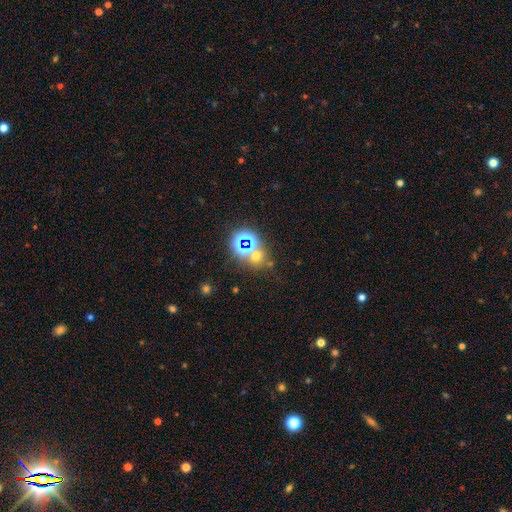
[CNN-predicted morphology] Smooth or featured?
  - star or artifact: 50% *
  - smooth: 40%
  - featured or disk: 10%